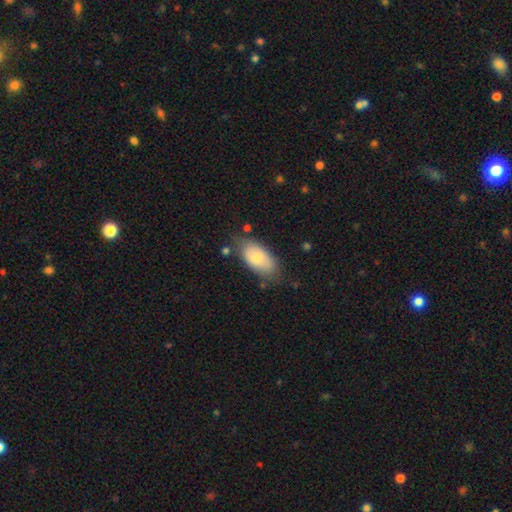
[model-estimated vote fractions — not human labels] A smooth galaxy with no disk features (71%) that is in between round and cigar-shaped (93%). Merging: none (72%).